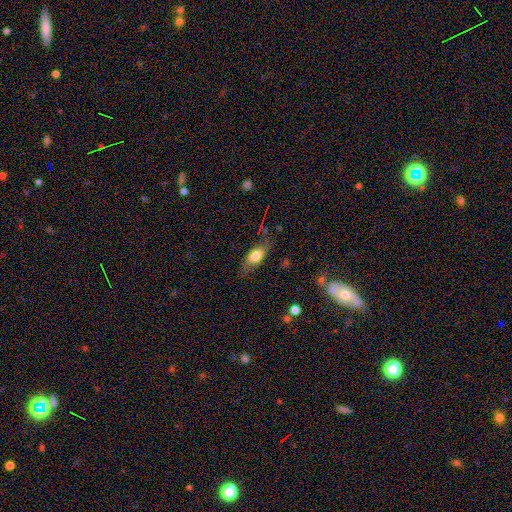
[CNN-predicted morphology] smooth_or_featured: smooth (p=0.66) [alt: featured or disk p=0.26]
how_rounded: in between (p=0.81) [alt: cigar-shaped p=0.13]
merging: none (p=0.62) [alt: minor disturbance p=0.24]